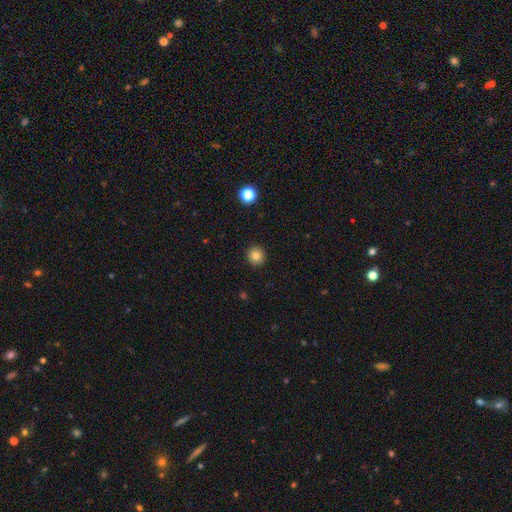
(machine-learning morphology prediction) smooth 82%, star or artifact 11%, featured or disk 6%. Down the decision tree: how rounded — round (93%); merging — none (92%).